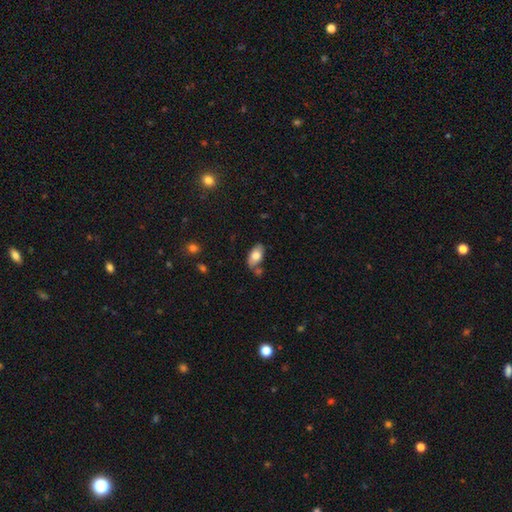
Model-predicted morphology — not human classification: Q: Smooth or featured?
A: smooth (77%); runner-up: featured or disk (16%)
Q: How rounded?
A: in between (94%); runner-up: round (4%)
Q: Merging?
A: none (65%); runner-up: minor disturbance (18%)